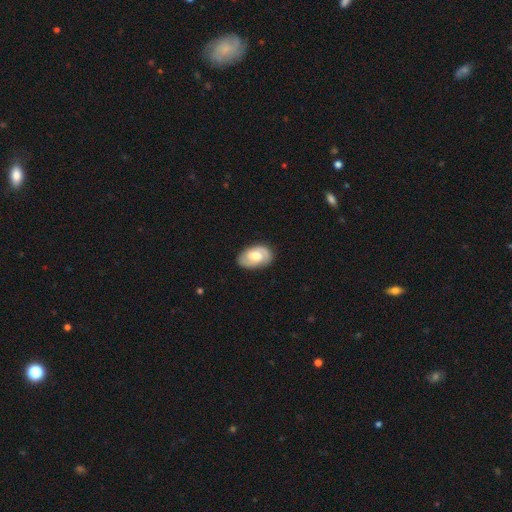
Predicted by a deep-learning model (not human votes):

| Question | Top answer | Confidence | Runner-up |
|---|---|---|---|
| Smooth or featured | featured or disk | 54% | smooth (40%) |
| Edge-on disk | no | 95% | yes (5%) |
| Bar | no | 49% | weak (42%) |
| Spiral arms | yes | 79% | no (21%) |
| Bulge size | moderate | 61% | large (18%) |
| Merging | none | 80% | minor disturbance (15%) |